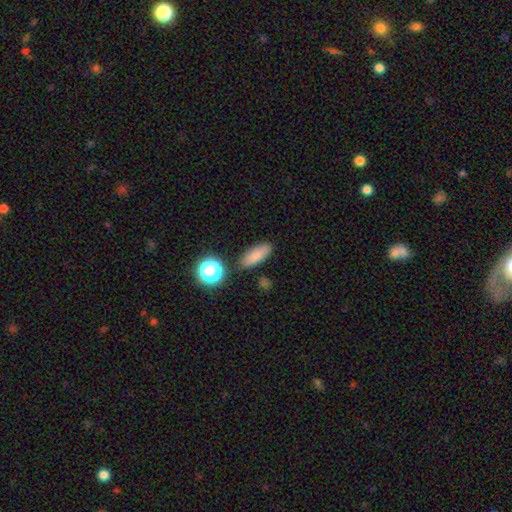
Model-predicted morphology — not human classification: Smooth or featured? smooth (81%)
How rounded? in between (67%)
Merging? none (82%)